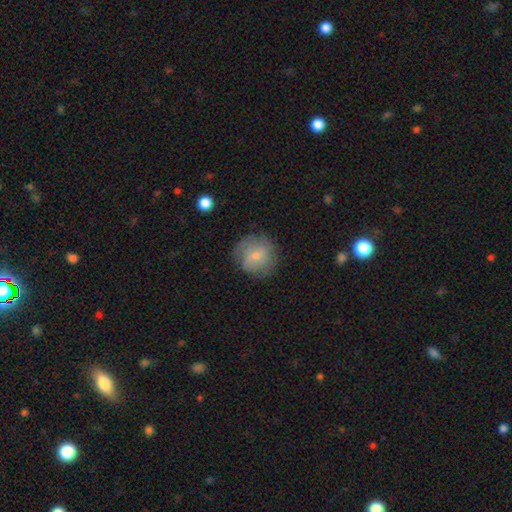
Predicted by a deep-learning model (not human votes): A smooth galaxy with no disk features (68%) that is round (90%). Merging: none (73%).